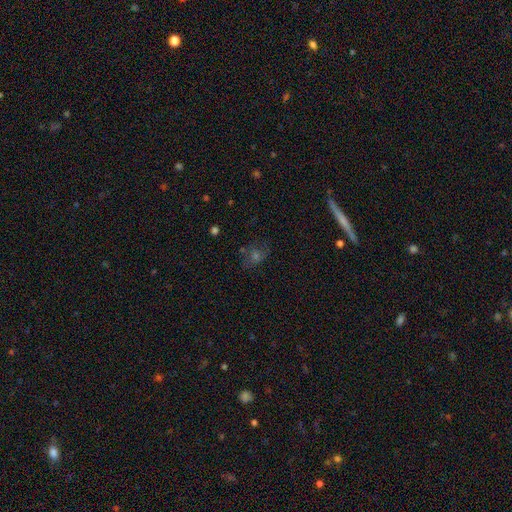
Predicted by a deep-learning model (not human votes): Q: Smooth or featured?
A: smooth (38%); runner-up: featured or disk (33%)
Q: Merging?
A: none (72%); runner-up: minor disturbance (16%)